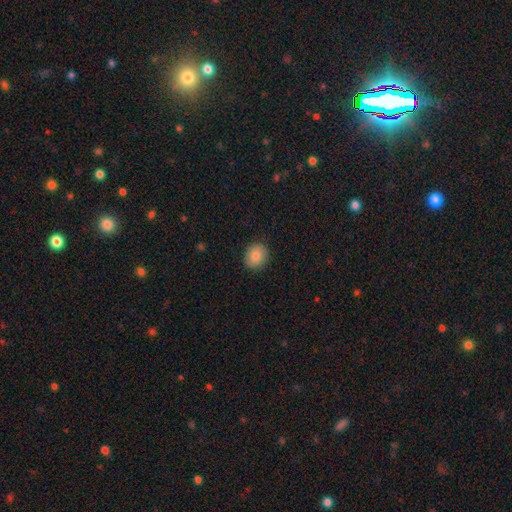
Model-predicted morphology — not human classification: smooth-or-featured: smooth: 85% | star or artifact: 8% | featured or disk: 7%
  how-rounded: round: 70% | in between: 29% | cigar-shaped: 1%
  merging: none: 88% | minor disturbance: 9% | major disturbance: 2% | merger: 1%